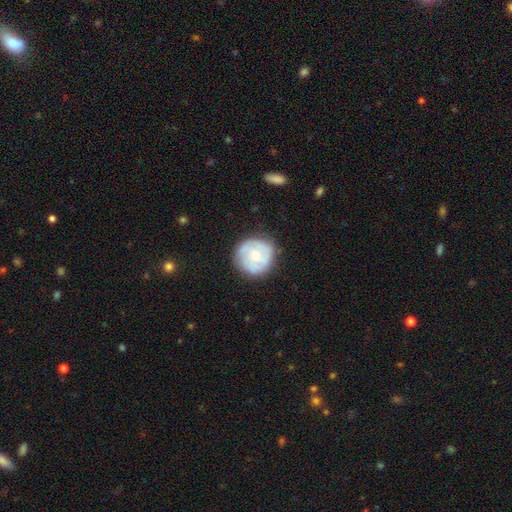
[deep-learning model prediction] smooth_or_featured: featured or disk (p=0.54) [alt: smooth p=0.40]
disk_edge_on: no (p=0.98) [alt: yes p=0.02]
bar: no (p=0.77) [alt: weak p=0.20]
has_spiral_arms: yes (p=0.72) [alt: no p=0.28]
bulge_size: small (p=0.51) [alt: moderate p=0.37]
merging: none (p=0.77) [alt: minor disturbance p=0.16]